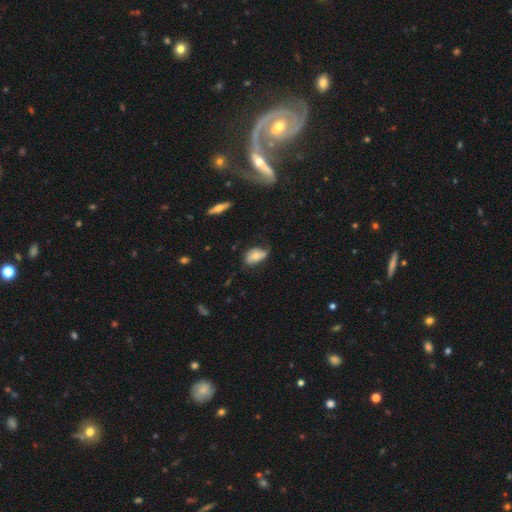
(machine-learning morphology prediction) smooth_or_featured: smooth (p=0.61) [alt: featured or disk p=0.31]
how_rounded: in between (p=0.87) [alt: round p=0.11]
merging: none (p=0.50) [alt: minor disturbance p=0.35]